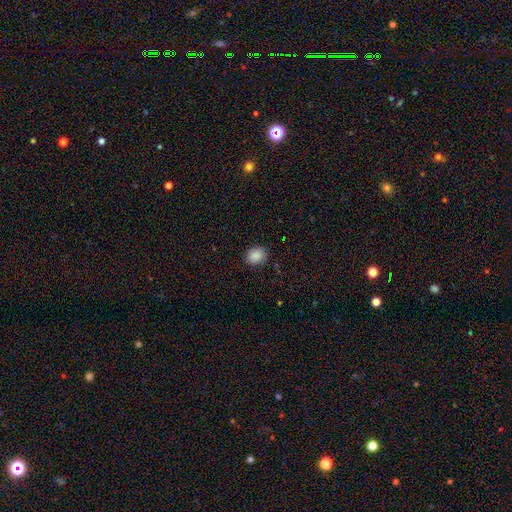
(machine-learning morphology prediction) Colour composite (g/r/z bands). It shows a smooth galaxy with no disk features (87%) that is round (52%). Merging: none (87%).